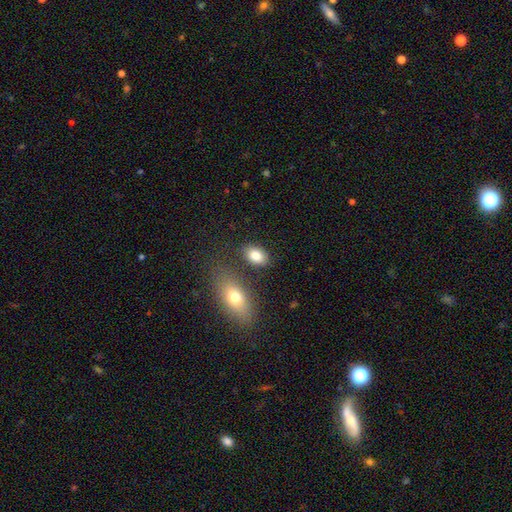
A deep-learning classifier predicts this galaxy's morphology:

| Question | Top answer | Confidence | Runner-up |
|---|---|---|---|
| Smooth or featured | smooth | 81% | featured or disk (10%) |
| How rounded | in between | 87% | round (11%) |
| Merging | none | 77% | minor disturbance (11%) |